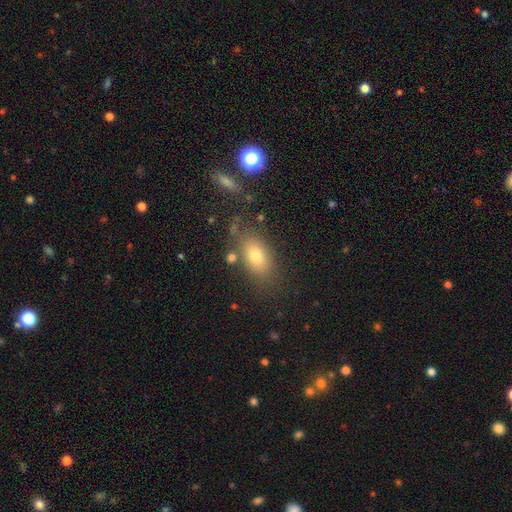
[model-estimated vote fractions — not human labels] Overall: smooth (74%). How rounded: in between (86%). Merging: none (75%).